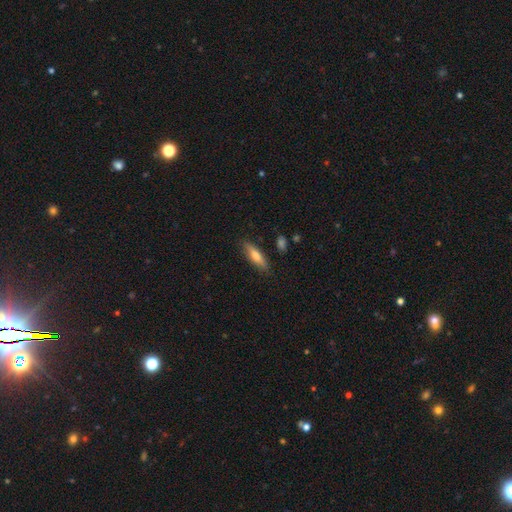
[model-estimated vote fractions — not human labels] Morphology: type=smooth (70%); roundness=cigar-shaped (65%); merging=none (85%).